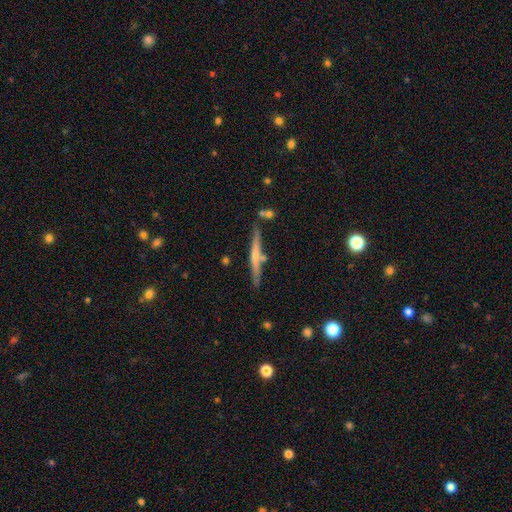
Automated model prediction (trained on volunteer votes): This is possibly a featured or disk galaxy (55%). It is clearly viewed edge-on (96%). Edge-on bulge: possibly rounded (55%). Merging: likely none (76%).